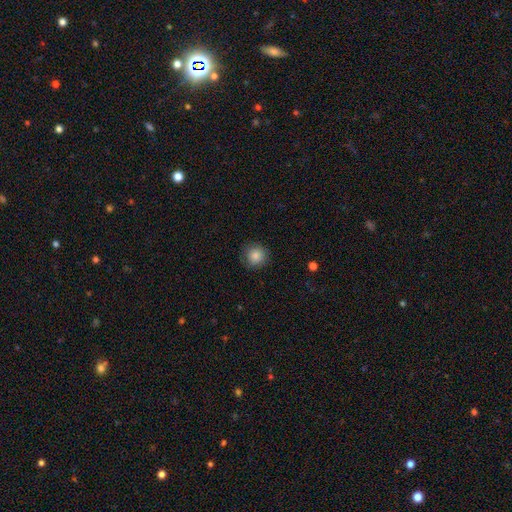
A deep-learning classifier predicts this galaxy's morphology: Smooth or featured? smooth (84%)
How rounded? round (93%)
Merging? none (86%)